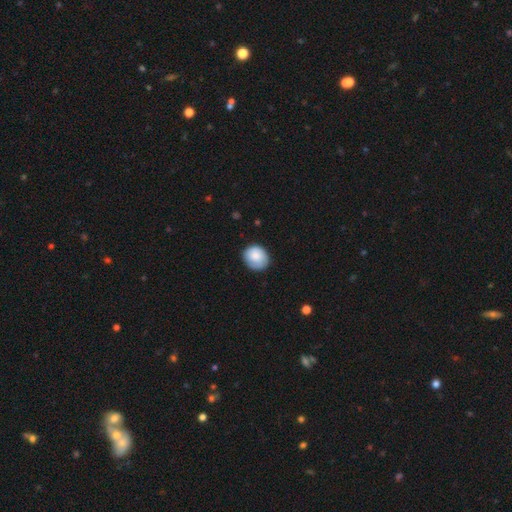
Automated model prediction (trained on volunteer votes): Smooth or featured?
  - smooth: 76% *
  - featured or disk: 17%
  - star or artifact: 6%
How rounded?
  - round: 72% *
  - in between: 27%
  - cigar-shaped: 1%
Merging?
  - none: 75% *
  - minor disturbance: 19%
  - major disturbance: 5%
  - merger: 1%